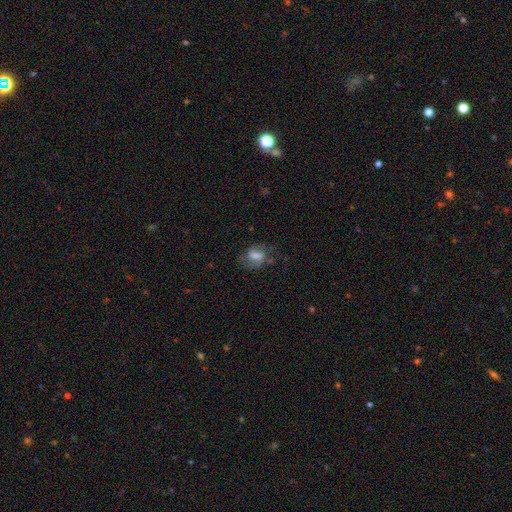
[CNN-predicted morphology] This appears to be a featured or disk galaxy (46%). Merging: none (57%).